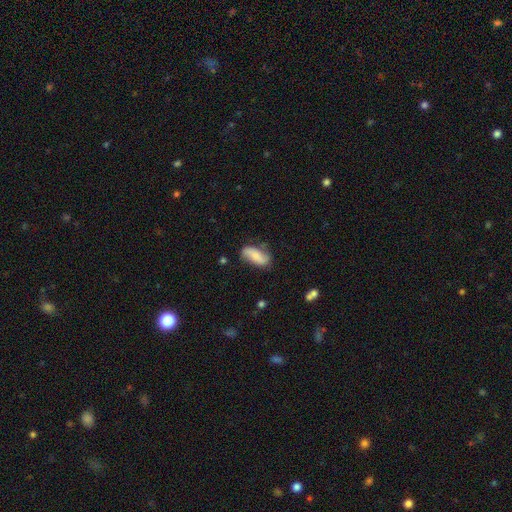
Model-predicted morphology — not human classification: Smooth or featured: smooth — 61% (featured or disk — 31%)
How rounded: in between — 84% (cigar-shaped — 13%)
Merging: none — 67% (minor disturbance — 24%)